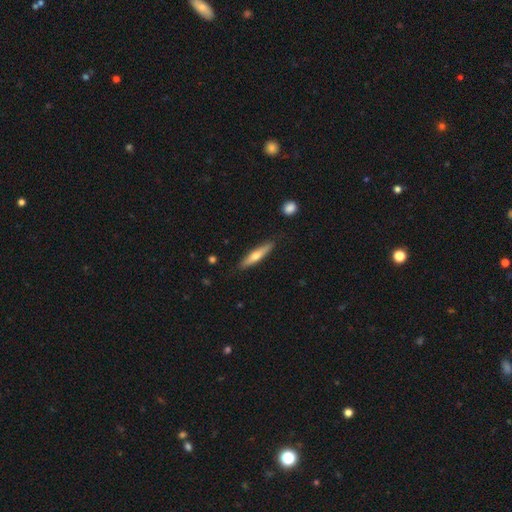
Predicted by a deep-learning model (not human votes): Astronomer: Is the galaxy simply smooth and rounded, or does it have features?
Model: smooth — 53% (runner-up: featured or disk, 42%).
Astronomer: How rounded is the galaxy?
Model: cigar-shaped — 85%.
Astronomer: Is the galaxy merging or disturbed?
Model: none — 87%.